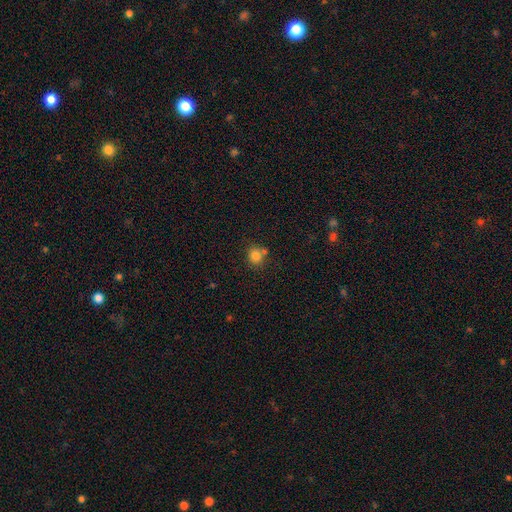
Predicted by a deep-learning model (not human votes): A smooth galaxy with no disk features (82%) that is round (80%).

Vote fractions:
- Smooth or featured? smooth: 82% / star or artifact: 12% / featured or disk: 7%
- How rounded? round: 80% / in between: 19% / cigar-shaped: 1%
- Merging? none: 64% / merger: 19% / minor disturbance: 13% / major disturbance: 4%